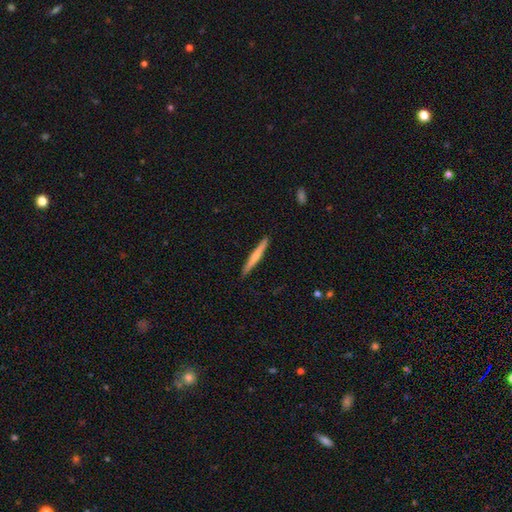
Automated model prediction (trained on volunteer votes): Smooth or featured: smooth — 57% (featured or disk — 38%)
How rounded: cigar-shaped — 96% (in between — 2%)
Merging: none — 91% (minor disturbance — 6%)